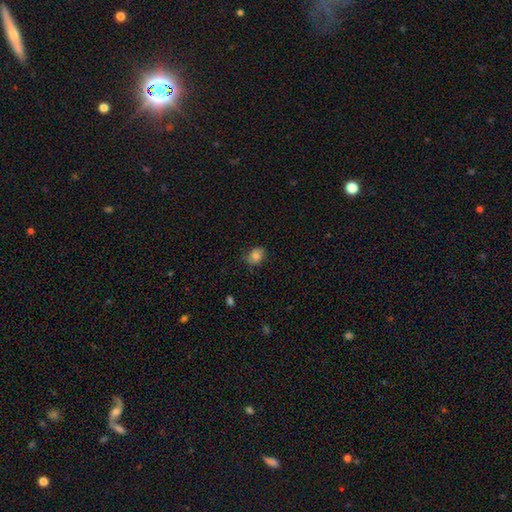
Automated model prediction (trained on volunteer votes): smooth 80%, featured or disk 10%, star or artifact 9%. Down the decision tree: how rounded — in between (58%); merging — none (71%).